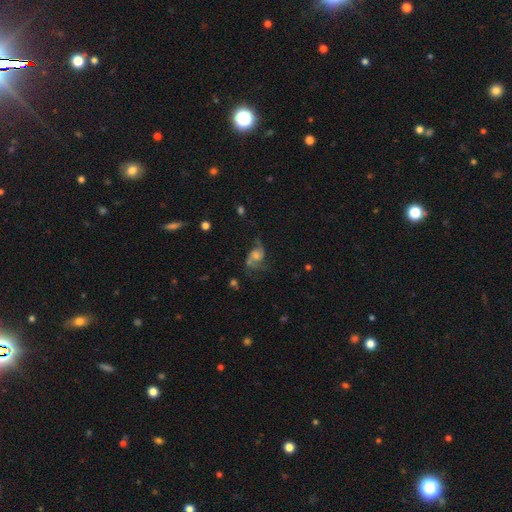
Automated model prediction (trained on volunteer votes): featured or disk 71%, smooth 16%, star or artifact 13%. Down the decision tree: edge-on disk — no (97%); bar — no (66%); spiral arms — yes (91%); spiral arm count — 2 (79%); spiral winding — loose (49%); bulge size — moderate (43%); merging — none (54%).